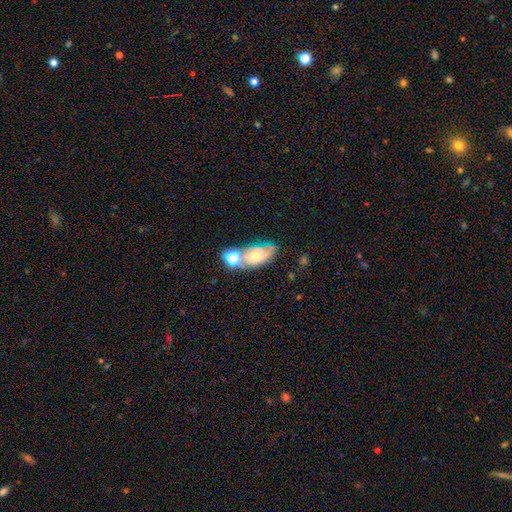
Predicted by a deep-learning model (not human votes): A smooth galaxy with no disk features (46%). Merging: none (42%).